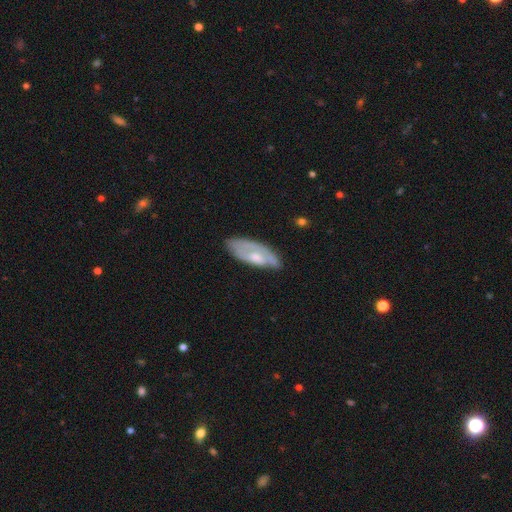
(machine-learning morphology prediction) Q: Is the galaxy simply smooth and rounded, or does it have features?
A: featured or disk — 54%.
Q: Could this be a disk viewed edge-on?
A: no — 82%.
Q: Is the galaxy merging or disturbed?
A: none — 56%.